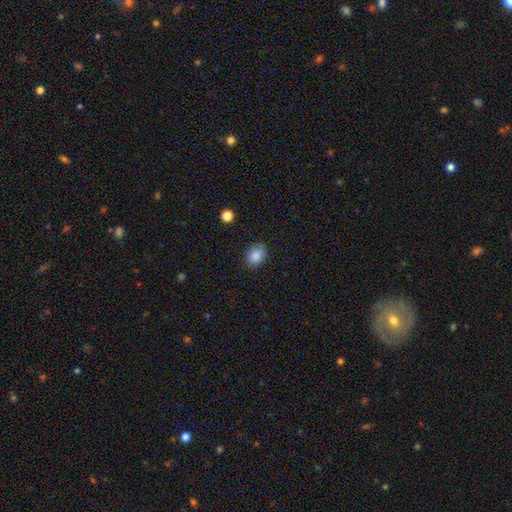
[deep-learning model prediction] smooth-or-featured: smooth: 86% | star or artifact: 9% | featured or disk: 6%
  how-rounded: in between: 65% | round: 34% | cigar-shaped: 1%
  merging: none: 82% | minor disturbance: 14% | major disturbance: 3% | merger: 1%